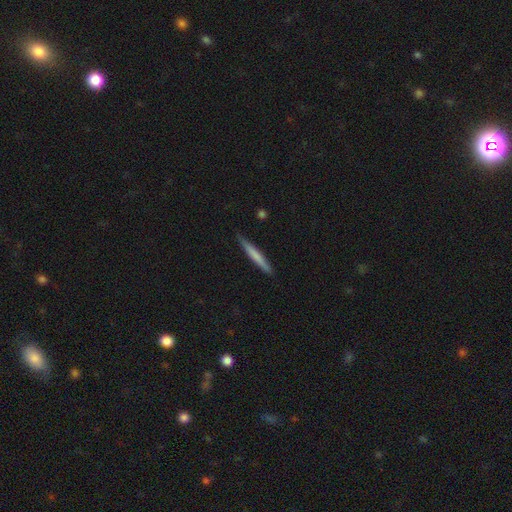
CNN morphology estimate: Smooth or featured? Predicted: smooth (p=0.66). How rounded? Predicted: cigar-shaped (p=0.96). Merging? Predicted: none (p=0.88).